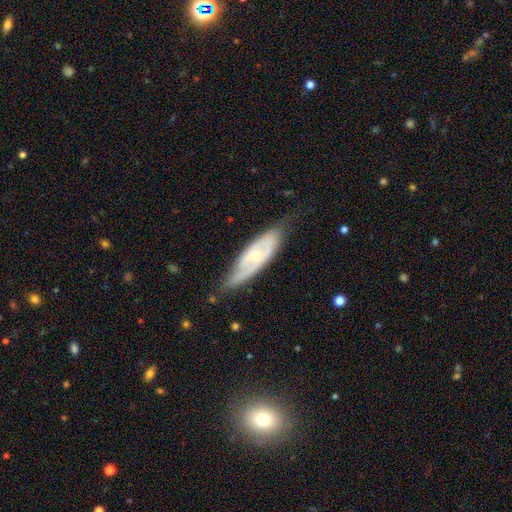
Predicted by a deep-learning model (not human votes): Overall: featured or disk (70%). Edge-on disk: no (78%). Bar: no (53%; weak 35%). Spiral arms: yes (78%). Bulge size: small (62%; moderate 33%). Merging: none (64%; minor disturbance 26%).